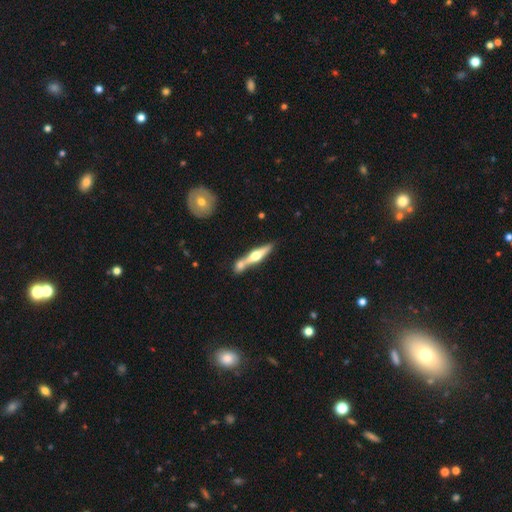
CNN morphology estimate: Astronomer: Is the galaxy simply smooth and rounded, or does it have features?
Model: featured or disk — 66%.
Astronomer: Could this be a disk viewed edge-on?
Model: yes — 96%.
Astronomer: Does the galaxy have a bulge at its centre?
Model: rounded — 94%.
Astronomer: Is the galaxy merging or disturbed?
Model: none — 59%.